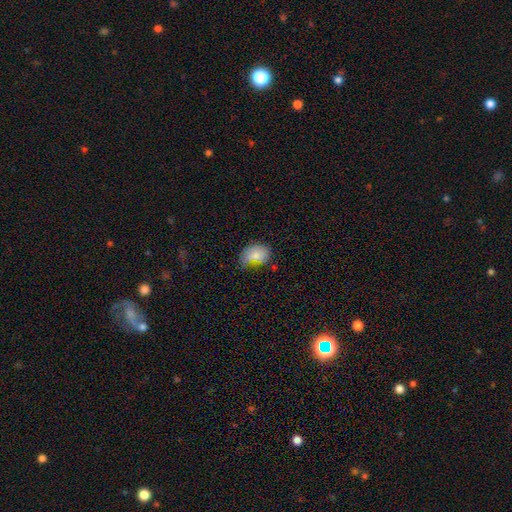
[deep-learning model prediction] smooth_or_featured: smooth (p=0.81) [alt: featured or disk p=0.11]
how_rounded: in between (p=0.75) [alt: round p=0.24]
merging: none (p=0.46) [alt: minor disturbance p=0.37]